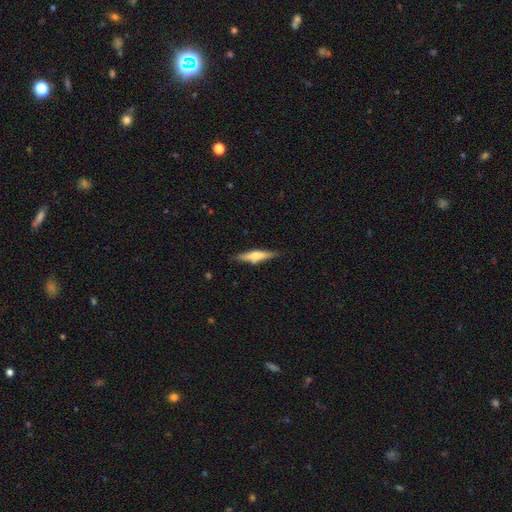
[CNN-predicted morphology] Q: Smooth or featured?
A: featured or disk (52%); runner-up: smooth (42%)
Q: Edge-on disk?
A: yes (95%); runner-up: no (5%)
Q: Merging?
A: none (85%); runner-up: minor disturbance (11%)